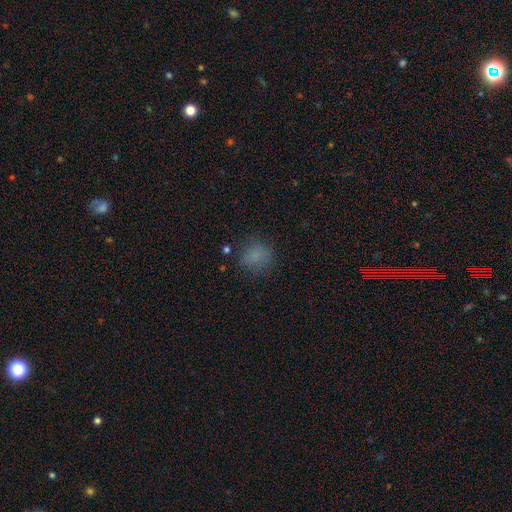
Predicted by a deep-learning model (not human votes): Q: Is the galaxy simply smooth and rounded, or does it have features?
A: smooth — 76%.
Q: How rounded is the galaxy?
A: round — 77%.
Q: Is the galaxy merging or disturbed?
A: none — 71%.